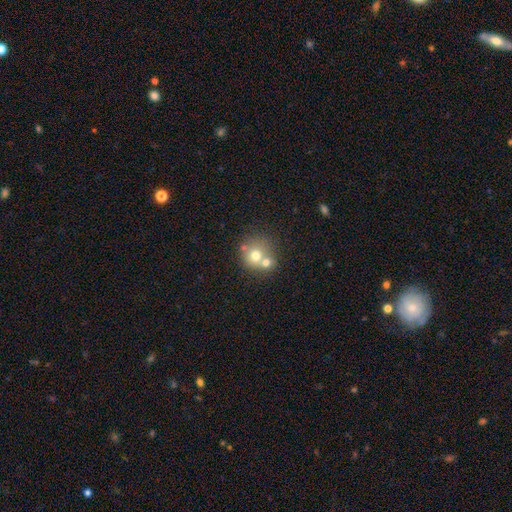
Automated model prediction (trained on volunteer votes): smooth 68%, featured or disk 20%, star or artifact 12%. Down the decision tree: how rounded — round (84%); merging — merger (49%).